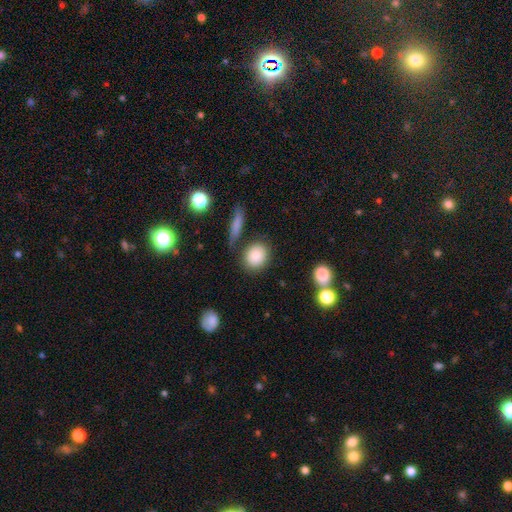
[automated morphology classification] Overall: smooth (86%). How rounded: round (66%; in between 31%). Merging: none (77%).